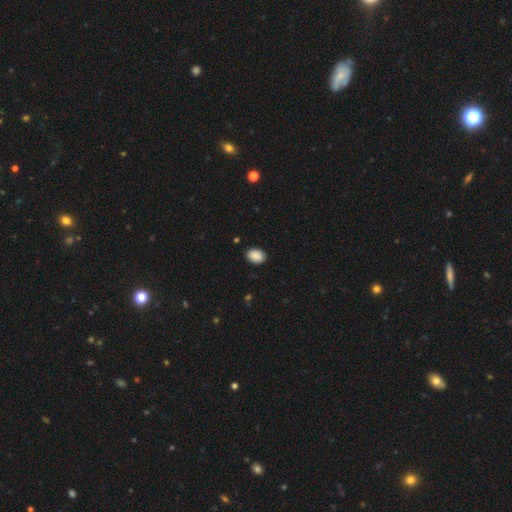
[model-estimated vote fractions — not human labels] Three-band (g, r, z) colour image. It shows a smooth galaxy with no disk features (89%) that is in between round and cigar-shaped (78%). Merging: none (88%).